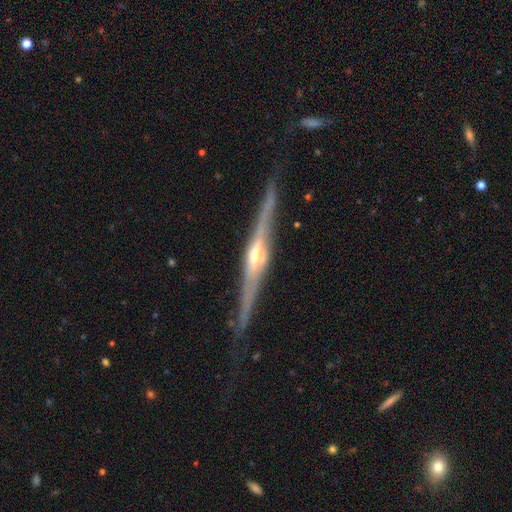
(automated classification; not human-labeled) This appears to be a featured or disk galaxy (86%) viewed edge-on (98%) with a rounded central bulge (81%). Merging: none (85%).